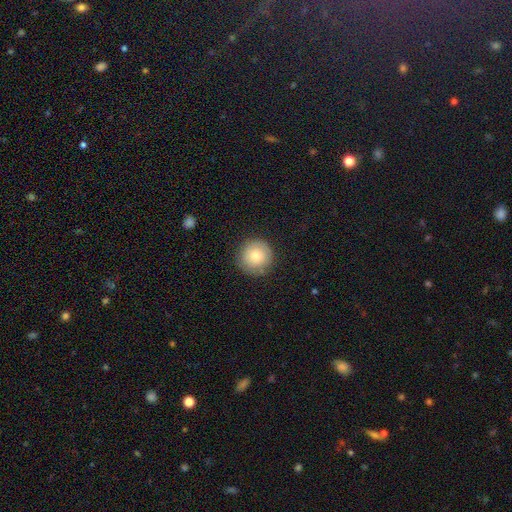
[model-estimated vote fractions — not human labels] The model was most divided on "smooth or featured": smooth: 80%, featured or disk: 12%, star or artifact: 8%. More confident: how rounded — round (95%); merging — none (86%).